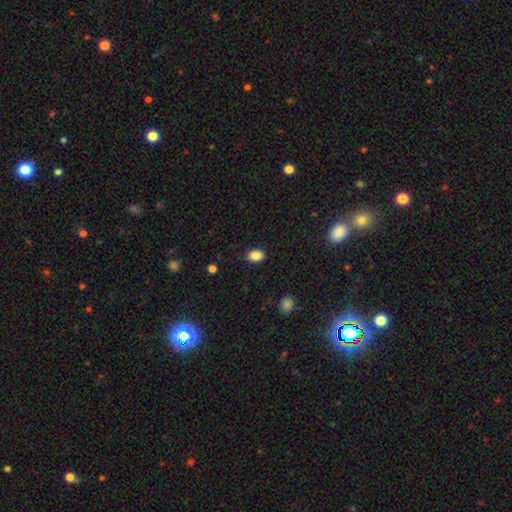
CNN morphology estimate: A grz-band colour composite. It shows a smooth galaxy with no disk features (87%) that is in between round and cigar-shaped (77%). Merging: none (86%).